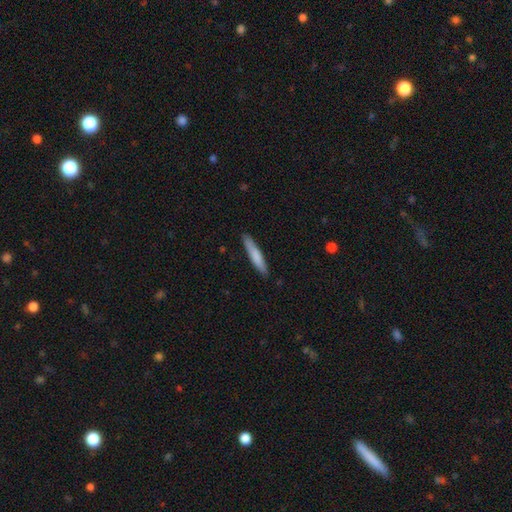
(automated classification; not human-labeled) Smooth or featured? Predicted: smooth (p=0.77). How rounded? Predicted: cigar-shaped (p=0.91). Merging? Predicted: none (p=0.87).